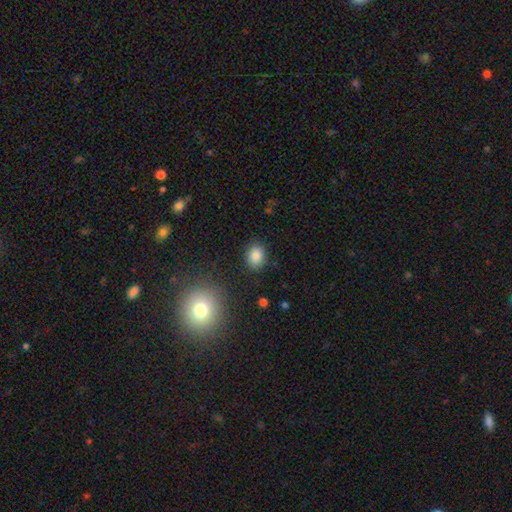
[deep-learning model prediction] Smooth or featured: smooth — 85% (star or artifact — 10%)
How rounded: in between — 51% (round — 48%)
Merging: none — 87% (minor disturbance — 9%)